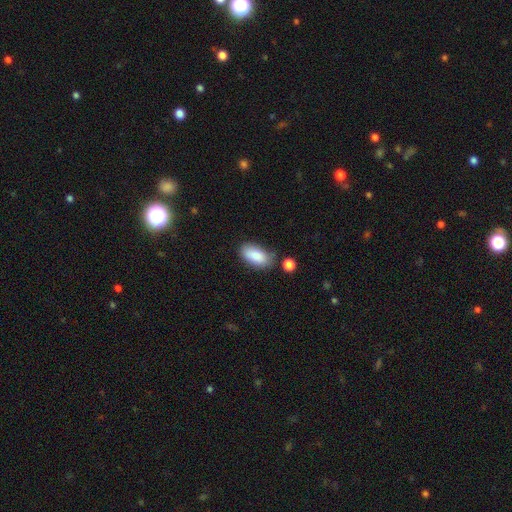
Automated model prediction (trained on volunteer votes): A smooth galaxy with no disk features (85%) that is in between round and cigar-shaped (93%).

Vote fractions:
- Smooth or featured? smooth: 85% / featured or disk: 8% / star or artifact: 7%
- How rounded? in between: 93% / cigar-shaped: 4% / round: 3%
- Merging? none: 68% / minor disturbance: 20% / merger: 7% / major disturbance: 5%